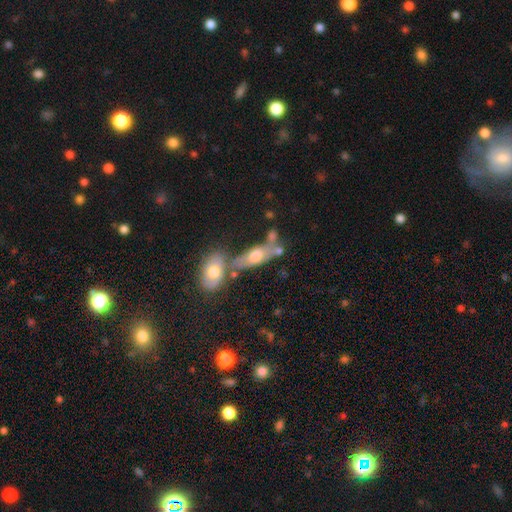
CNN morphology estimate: A smooth galaxy with no disk features (47%). Merging: none (46%).